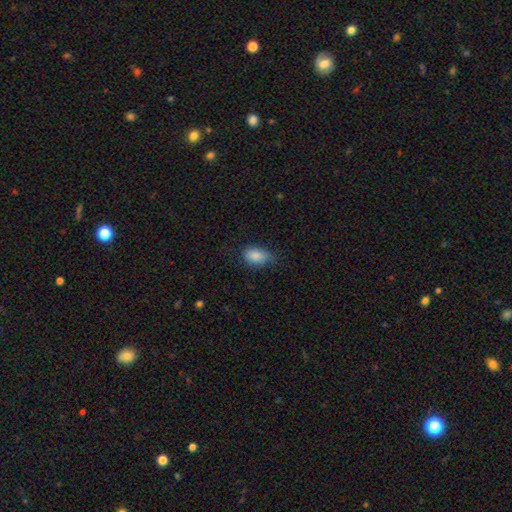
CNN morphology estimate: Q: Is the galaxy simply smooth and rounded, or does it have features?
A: smooth — 84%.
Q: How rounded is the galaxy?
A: in between — 86%.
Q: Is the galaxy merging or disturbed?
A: none — 55%.